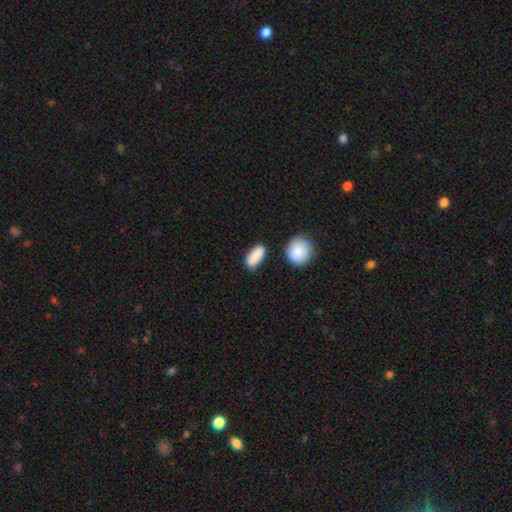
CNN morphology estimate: Q: Smooth or featured?
A: smooth (87%); runner-up: star or artifact (7%)
Q: How rounded?
A: in between (82%); runner-up: cigar-shaped (13%)
Q: Merging?
A: none (67%); runner-up: minor disturbance (20%)